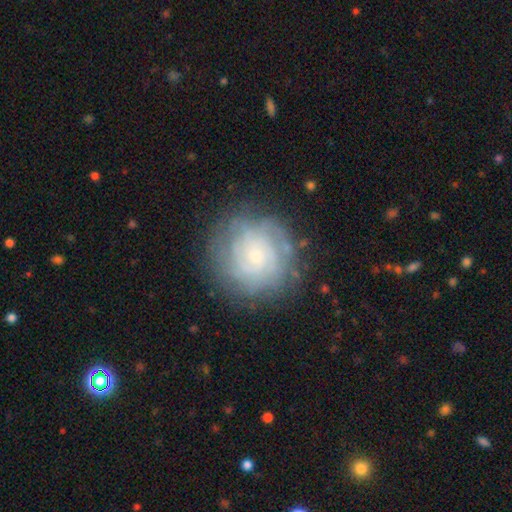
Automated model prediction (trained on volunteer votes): A featured or disk galaxy (69%) with no bar (77%), tight (73%) spiral arms (87%) and a small central bulge (70%).

Vote fractions:
- Smooth or featured? featured or disk: 69% / smooth: 23% / star or artifact: 8%
- Edge-on disk? no: 97% / yes: 3%
- Bar? no: 77% / weak: 20% / strong: 3%
- Spiral arms? yes: 87% / no: 13%
- Spiral winding? tight: 73% / medium: 21% / loose: 6%
- Spiral arm count? can't tell: 50% / 3: 13% / 2: 13% / 4: 13% / more than 4: 7% / 1: 5%
- Bulge size? small: 70% / moderate: 23% / none: 3% / large: 2% / dominant: 1%
- Merging? none: 78% / minor disturbance: 14% / major disturbance: 6% / merger: 1%